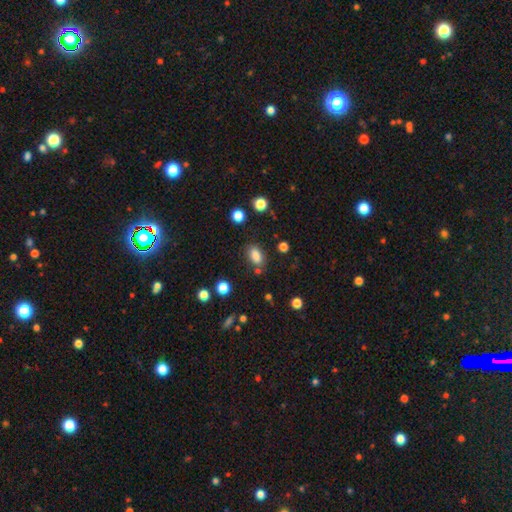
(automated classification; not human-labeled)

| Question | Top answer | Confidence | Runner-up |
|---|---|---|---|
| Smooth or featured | smooth | 84% | star or artifact (10%) |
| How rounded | in between | 87% | round (9%) |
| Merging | none | 78% | minor disturbance (13%) |